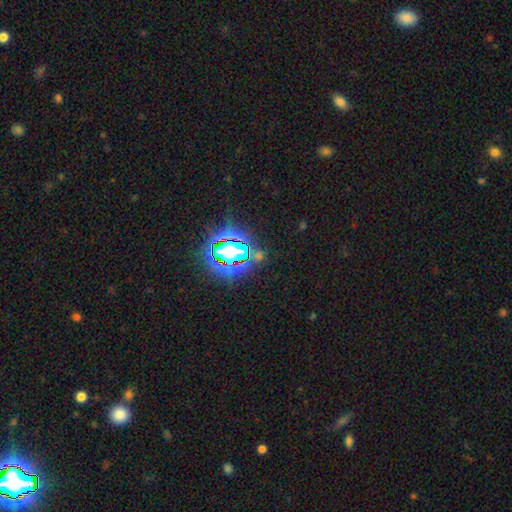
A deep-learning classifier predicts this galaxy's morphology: This appears to be a star or artifact, not a galaxy (77%).